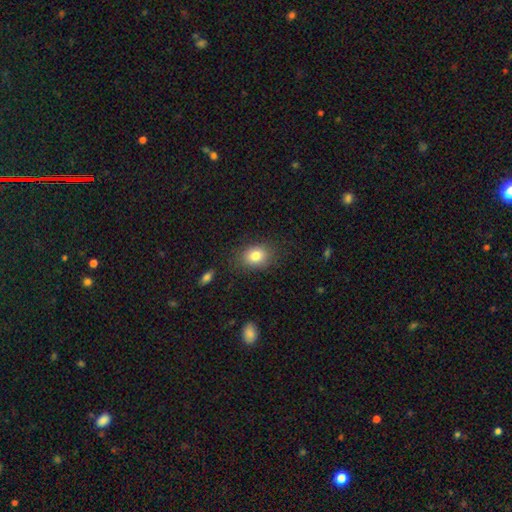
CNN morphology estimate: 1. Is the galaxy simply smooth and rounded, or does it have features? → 82% smooth, 10% star or artifact, 9% featured or disk.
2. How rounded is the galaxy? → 59% in between, 40% round, 1% cigar-shaped.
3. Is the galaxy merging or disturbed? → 81% none, 13% minor disturbance, 4% major disturbance, 2% merger.